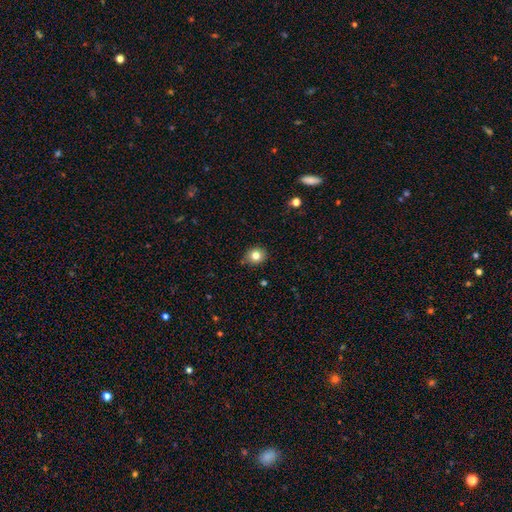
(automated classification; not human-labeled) smooth-or-featured: smooth: 80% | star or artifact: 11% | featured or disk: 8%
  how-rounded: round: 75% | in between: 24% | cigar-shaped: 1%
  merging: none: 82% | minor disturbance: 14% | major disturbance: 2% | merger: 2%